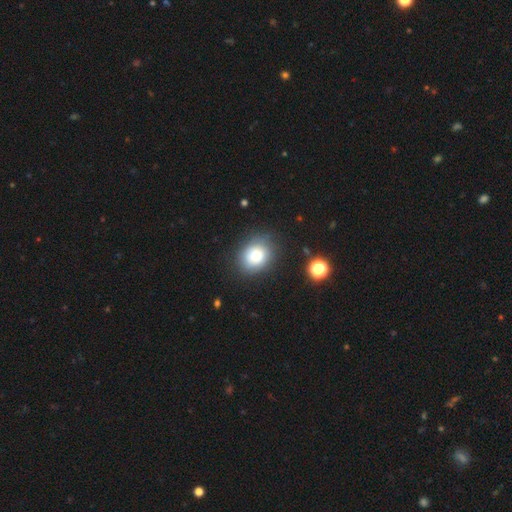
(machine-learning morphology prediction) smooth_or_featured: smooth (p=0.82) [alt: star or artifact p=0.09]
how_rounded: in between (p=0.51) [alt: round p=0.48]
merging: none (p=0.80) [alt: minor disturbance p=0.14]